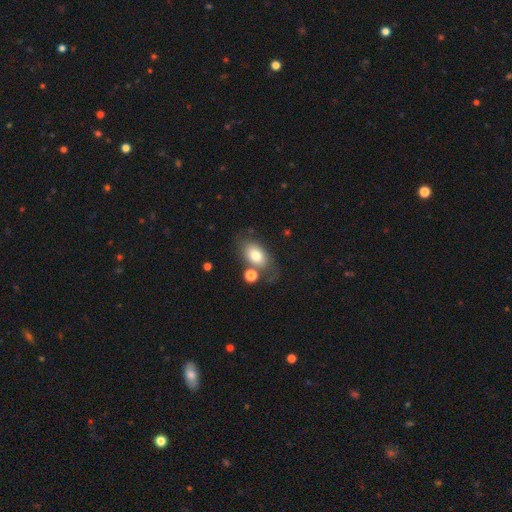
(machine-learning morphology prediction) smooth-or-featured: smooth: 76% | featured or disk: 16% | star or artifact: 9%
  how-rounded: in between: 87% | round: 11% | cigar-shaped: 2%
  merging: none: 61% | minor disturbance: 17% | merger: 14% | major disturbance: 8%